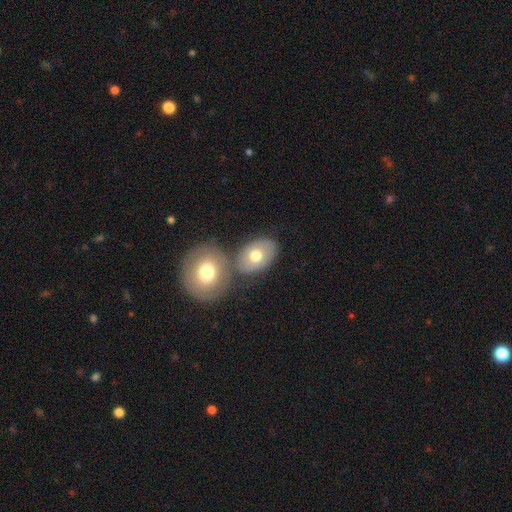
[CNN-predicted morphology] Smooth or featured? Predicted: smooth (p=0.65). How rounded? Predicted: in between (p=0.77). Merging? Predicted: none (p=0.54).